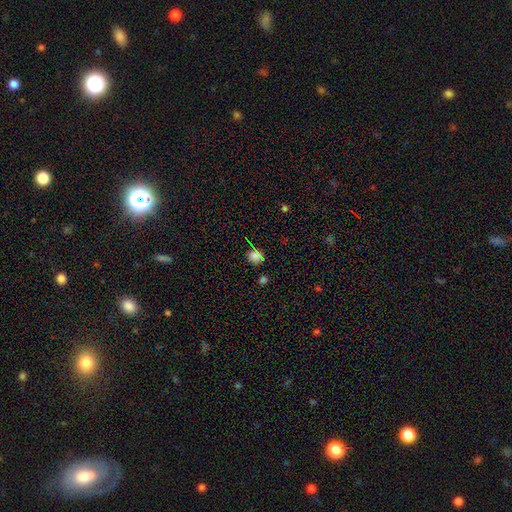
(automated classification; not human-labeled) Smooth or featured?
  - smooth: 66% *
  - star or artifact: 28%
  - featured or disk: 6%
How rounded?
  - round: 80% *
  - in between: 18%
  - cigar-shaped: 2%
Merging?
  - none: 82% *
  - minor disturbance: 11%
  - major disturbance: 4%
  - merger: 3%